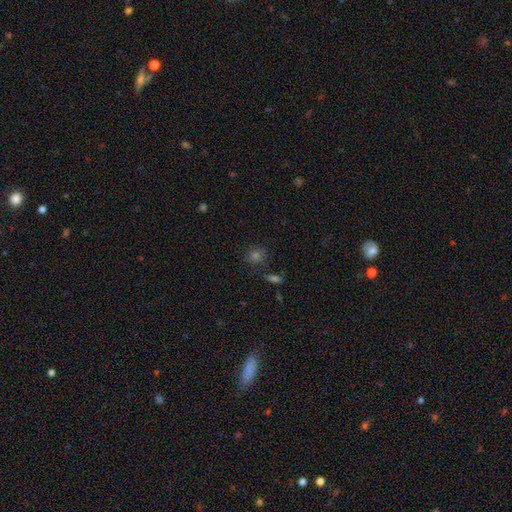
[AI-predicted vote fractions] Overall: smooth (59%; star or artifact 31%). How rounded: round (85%). Merging: none (77%).